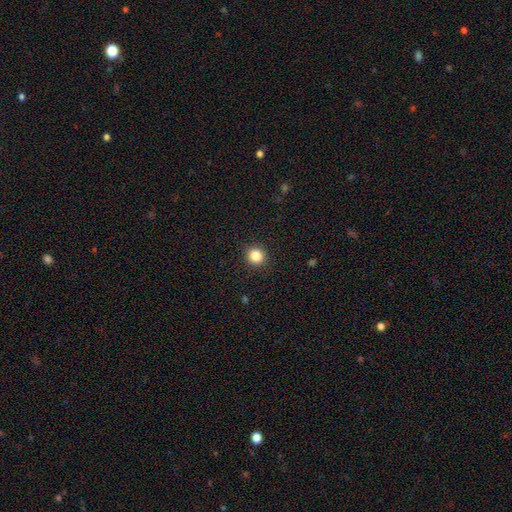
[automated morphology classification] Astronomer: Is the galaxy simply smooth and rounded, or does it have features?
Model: smooth — 85%.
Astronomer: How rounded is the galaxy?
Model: round — 91%.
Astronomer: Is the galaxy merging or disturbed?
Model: none — 92%.